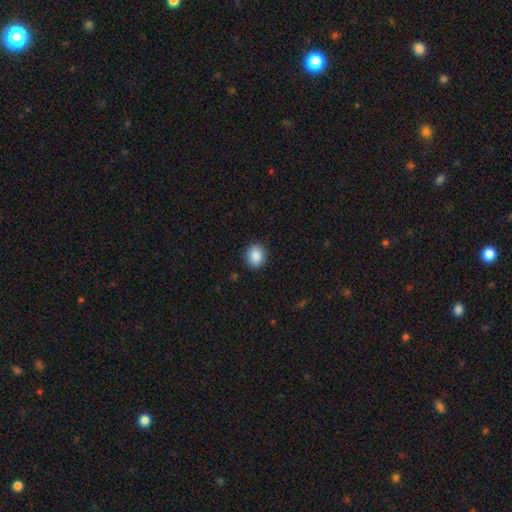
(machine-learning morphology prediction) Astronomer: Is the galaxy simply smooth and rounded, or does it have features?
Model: smooth — 88%.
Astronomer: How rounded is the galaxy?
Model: round — 62%.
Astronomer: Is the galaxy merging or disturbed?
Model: none — 90%.